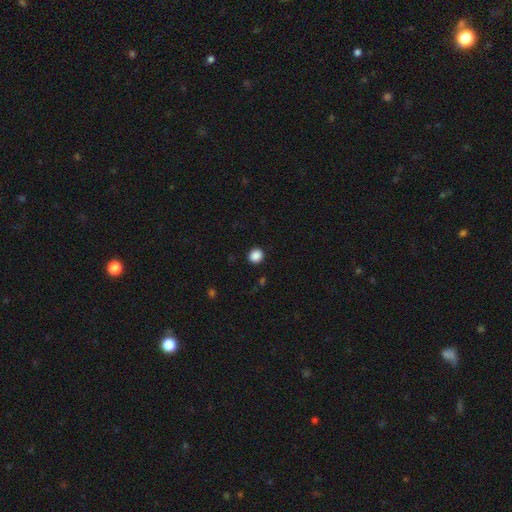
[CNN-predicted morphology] type=smooth (88%); roundness=round (84%); merging=none (91%).